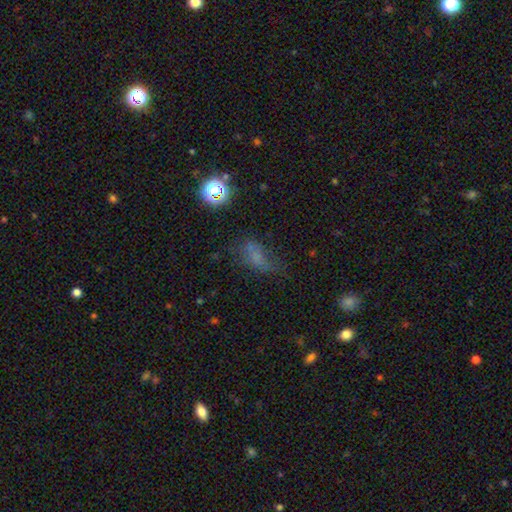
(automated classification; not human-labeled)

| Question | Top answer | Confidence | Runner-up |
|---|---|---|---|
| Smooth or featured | smooth | 53% | star or artifact (26%) |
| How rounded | in between | 76% | round (14%) |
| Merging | none | 44% | minor disturbance (26%) |